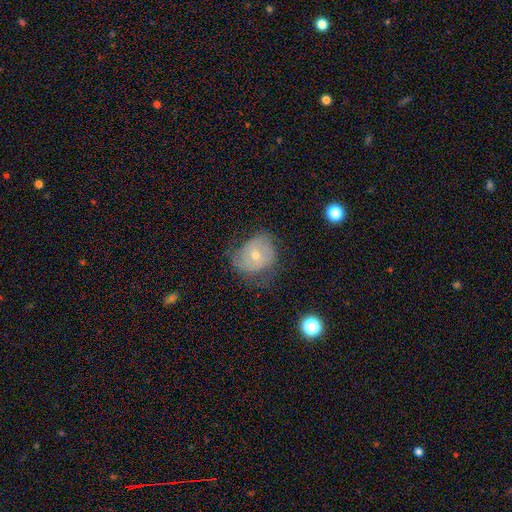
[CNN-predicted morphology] Smooth or featured? featured or disk (53%)
Edge-on disk? no (96%)
Bar? no (75%)
Spiral arms? yes (67%)
Bulge size? moderate (56%)
Merging? none (46%)